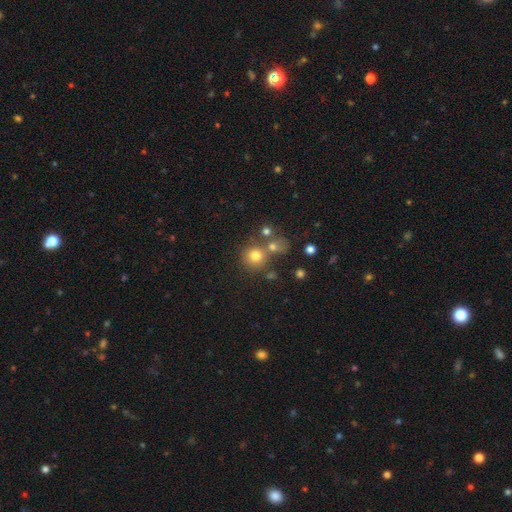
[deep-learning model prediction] Overall: smooth (74%). How rounded: round (88%). Merging: none (59%; merger 25%).